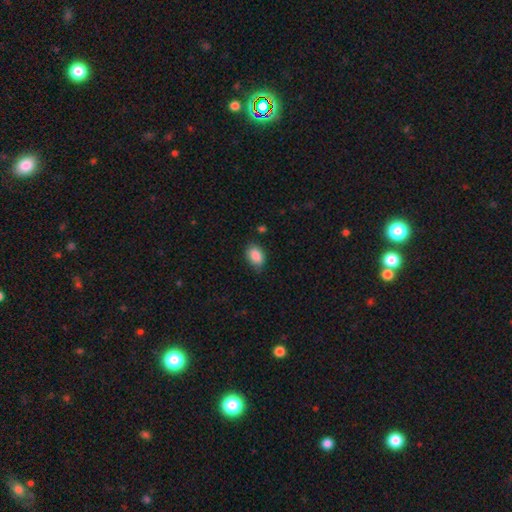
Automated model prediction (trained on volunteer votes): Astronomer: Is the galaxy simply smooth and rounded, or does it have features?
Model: smooth — 88%.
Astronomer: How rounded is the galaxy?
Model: in between — 85%.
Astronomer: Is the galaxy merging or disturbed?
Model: none — 76%.